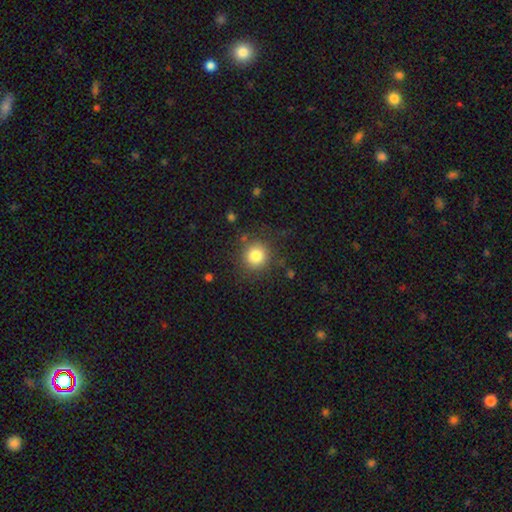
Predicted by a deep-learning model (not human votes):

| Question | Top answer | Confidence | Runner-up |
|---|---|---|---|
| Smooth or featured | smooth | 82% | star or artifact (11%) |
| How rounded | round | 92% | in between (7%) |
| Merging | none | 85% | minor disturbance (9%) |